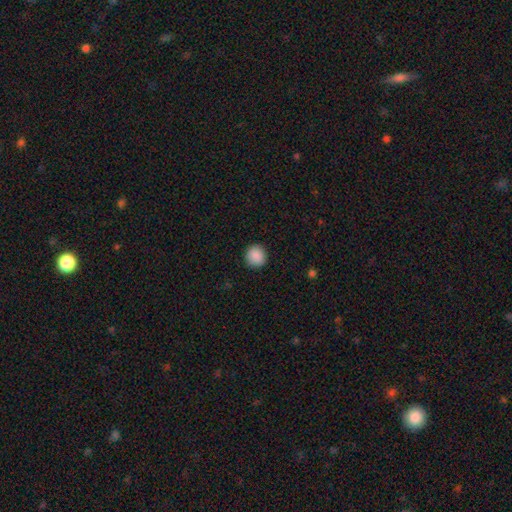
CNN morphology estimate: This appears to be a smooth galaxy with no disk features (89%) that is round (92%). Merging: none (91%).